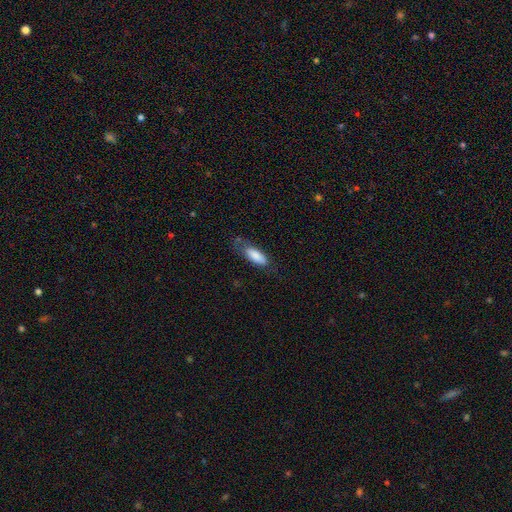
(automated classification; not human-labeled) The model was most divided on "merging": none: 55%, minor disturbance: 30%, major disturbance: 12%, merger: 2%. More confident: smooth or featured — smooth (83%); how rounded — in between (74%).